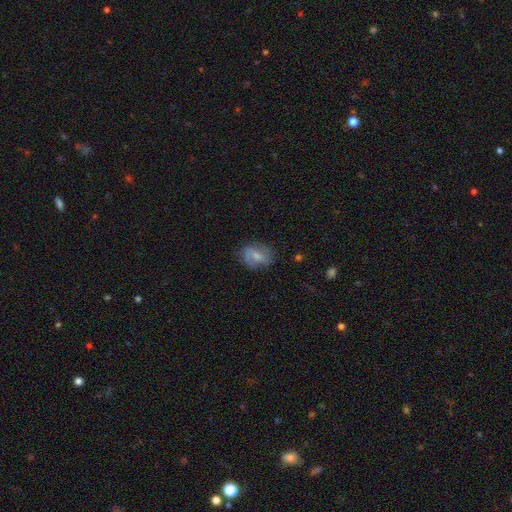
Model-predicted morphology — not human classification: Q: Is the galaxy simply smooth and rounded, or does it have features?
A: featured or disk — 51%.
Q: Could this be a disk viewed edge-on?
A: no — 96%.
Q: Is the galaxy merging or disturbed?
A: none — 66%.